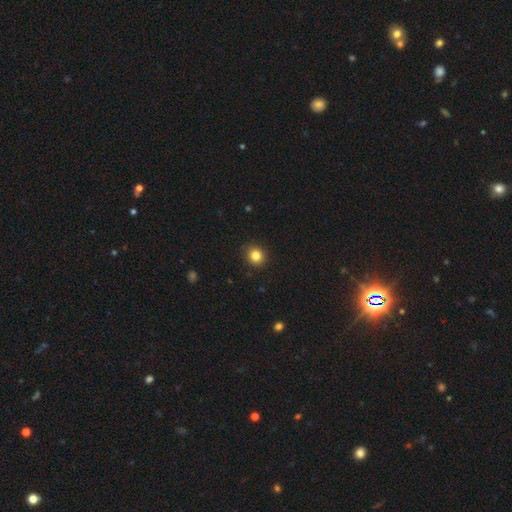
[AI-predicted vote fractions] Smooth or featured? smooth (84%)
How rounded? round (83%)
Merging? none (88%)